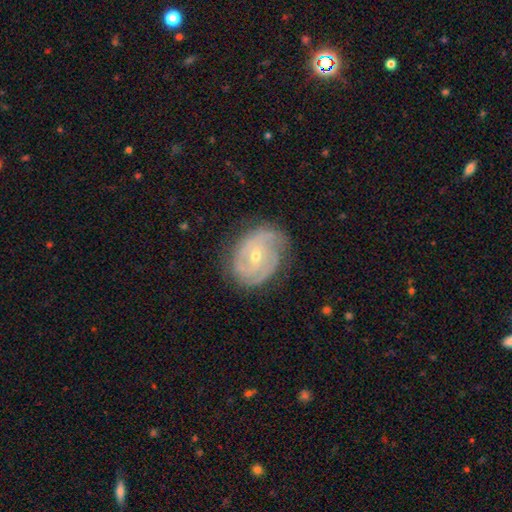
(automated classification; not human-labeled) A featured or disk galaxy (83%) with no bar (52%), 2 (38%) tight (60%) spiral arms (93%) and a small central bulge (55%). Merging: none (72%).